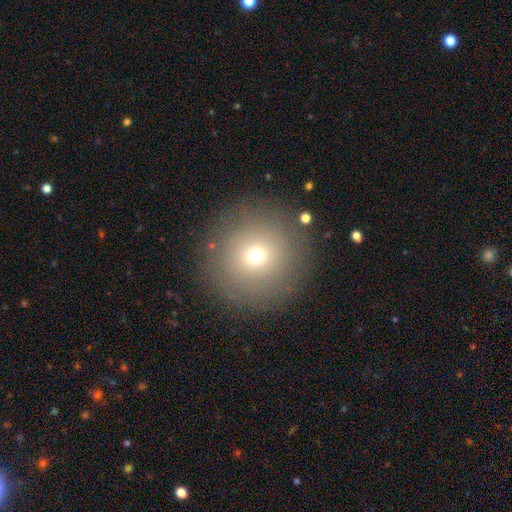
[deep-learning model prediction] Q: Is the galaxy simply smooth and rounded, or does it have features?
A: smooth — 68%.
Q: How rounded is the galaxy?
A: round — 96%.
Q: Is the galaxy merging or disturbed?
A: none — 89%.